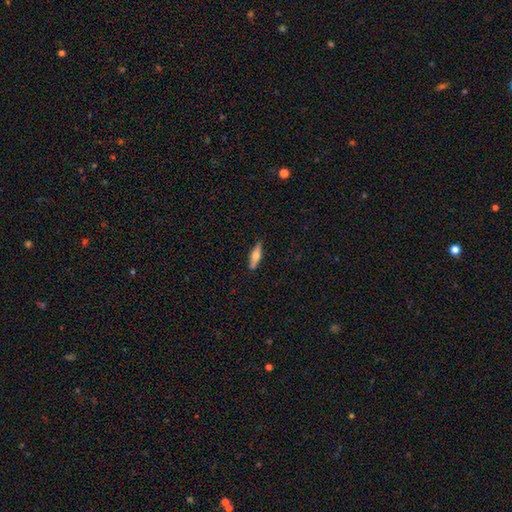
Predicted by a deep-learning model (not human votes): smooth-or-featured: smooth: 55% | featured or disk: 39% | star or artifact: 6%
  how-rounded: cigar-shaped: 63% | in between: 34% | round: 2%
  merging: none: 84% | minor disturbance: 11% | major disturbance: 2% | merger: 2%